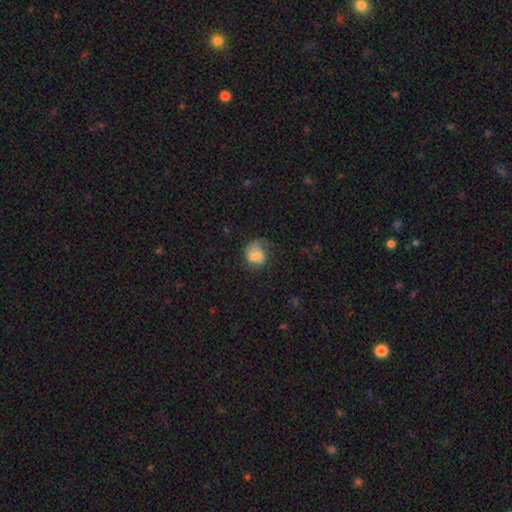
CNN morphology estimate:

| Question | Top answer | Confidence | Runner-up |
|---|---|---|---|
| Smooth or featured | smooth | 66% | featured or disk (25%) |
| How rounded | round | 56% | in between (43%) |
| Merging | none | 42% | minor disturbance (30%) |